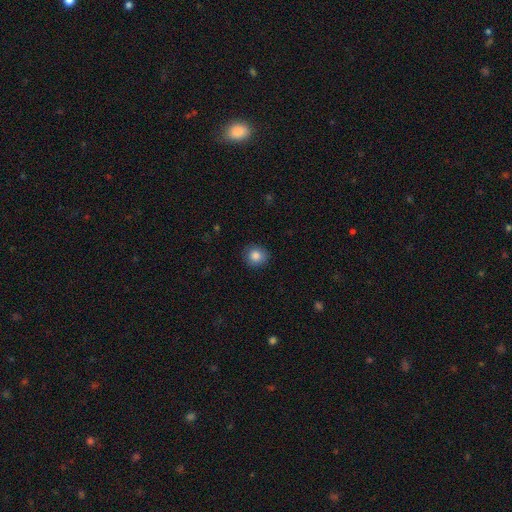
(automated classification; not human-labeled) Smooth or featured? Predicted: smooth (p=0.85). How rounded? Predicted: round (p=0.88). Merging? Predicted: none (p=0.88).